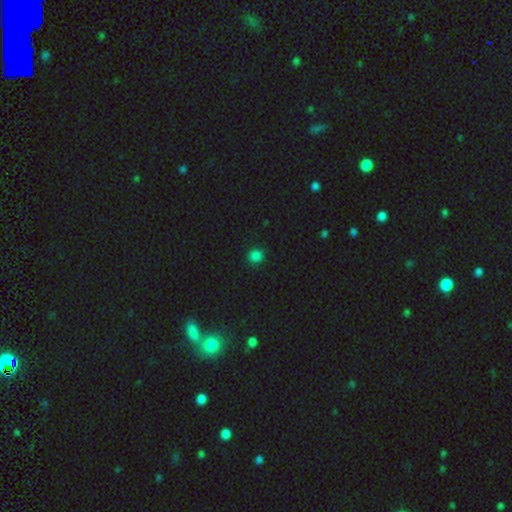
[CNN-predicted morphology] smooth 81%, star or artifact 16%, featured or disk 3%. Down the decision tree: how rounded — round (86%); merging — none (90%).